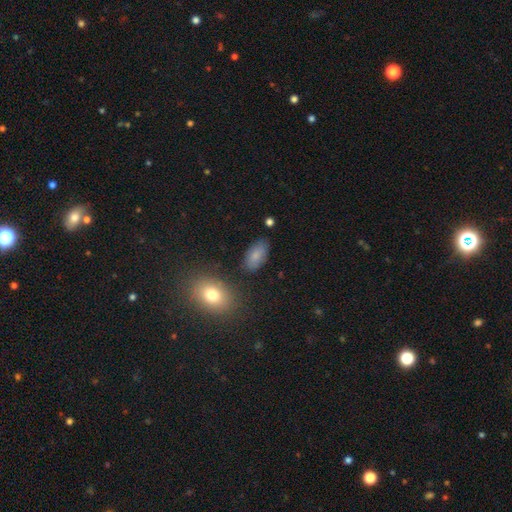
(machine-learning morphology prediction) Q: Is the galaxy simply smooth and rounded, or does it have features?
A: smooth — 82%.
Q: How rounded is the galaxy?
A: in between — 94%.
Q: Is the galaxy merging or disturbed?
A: none — 79%.